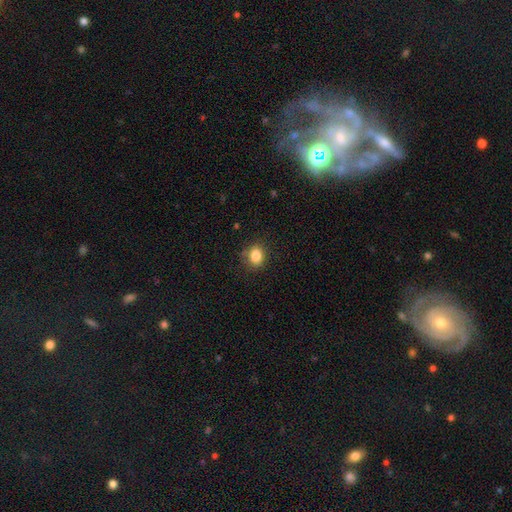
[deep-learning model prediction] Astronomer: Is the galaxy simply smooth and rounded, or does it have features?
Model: smooth — 84%.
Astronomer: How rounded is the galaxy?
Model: round — 54% (runner-up: in between, 45%).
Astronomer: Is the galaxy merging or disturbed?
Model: none — 82%.